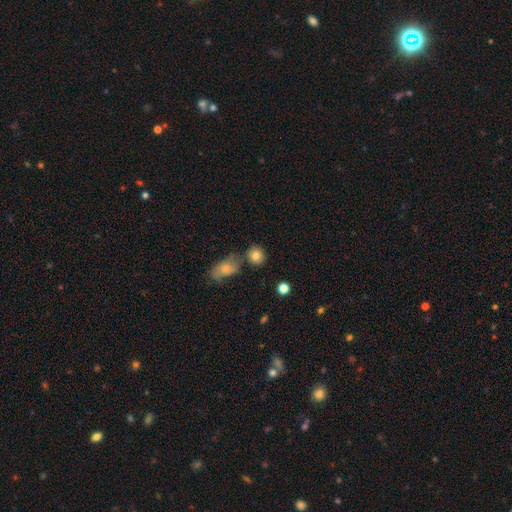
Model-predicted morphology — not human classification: Smooth or featured? smooth (82%)
How rounded? round (75%)
Merging? none (68%)